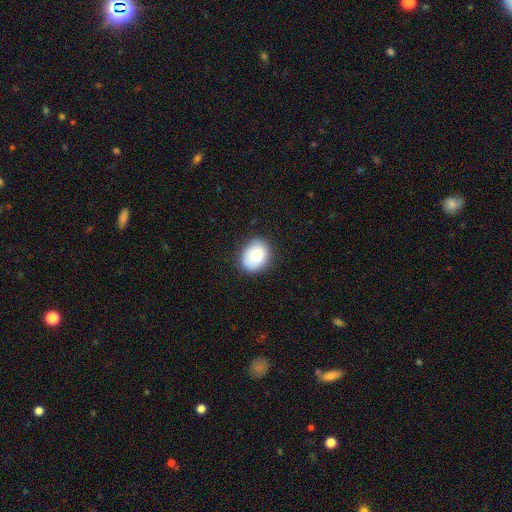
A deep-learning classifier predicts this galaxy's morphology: A smooth galaxy with no disk features (81%) that is in between round and cigar-shaped (53%). Merging: none (79%).